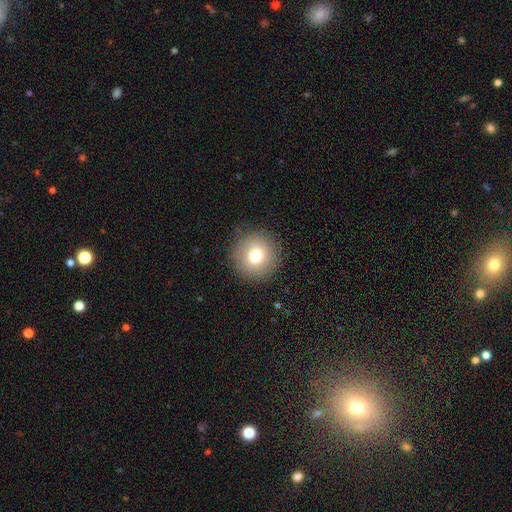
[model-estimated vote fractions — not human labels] Smooth or featured? smooth (75%)
How rounded? round (95%)
Merging? none (90%)